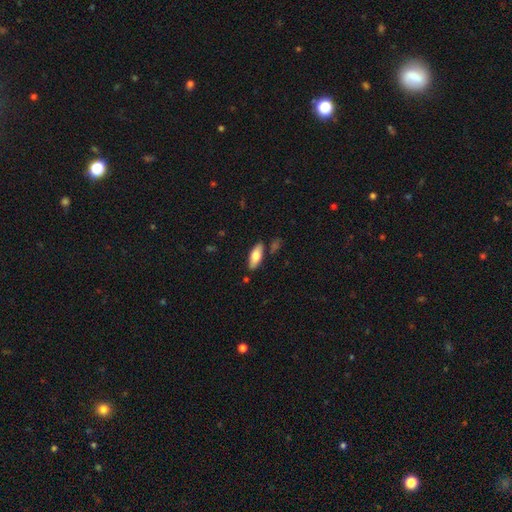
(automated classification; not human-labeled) This is likely a smooth galaxy (72%). How rounded: likely in between (73%). Merging: clearly none (81%).